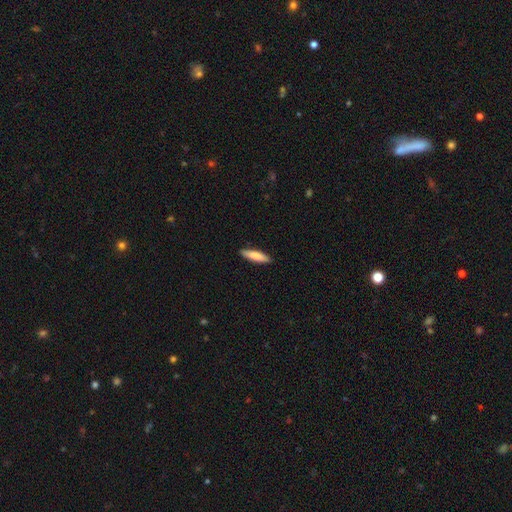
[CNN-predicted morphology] Smooth or featured?
  - smooth: 81% *
  - featured or disk: 13%
  - star or artifact: 5%
How rounded?
  - cigar-shaped: 75% *
  - in between: 23%
  - round: 1%
Merging?
  - none: 89% *
  - minor disturbance: 8%
  - major disturbance: 2%
  - merger: 1%